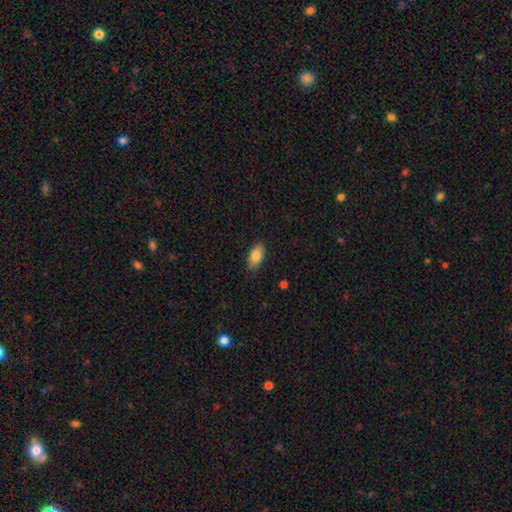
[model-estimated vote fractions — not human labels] Smooth or featured? Predicted: smooth (p=0.81). How rounded? Predicted: in between (p=0.91). Merging? Predicted: none (p=0.85).